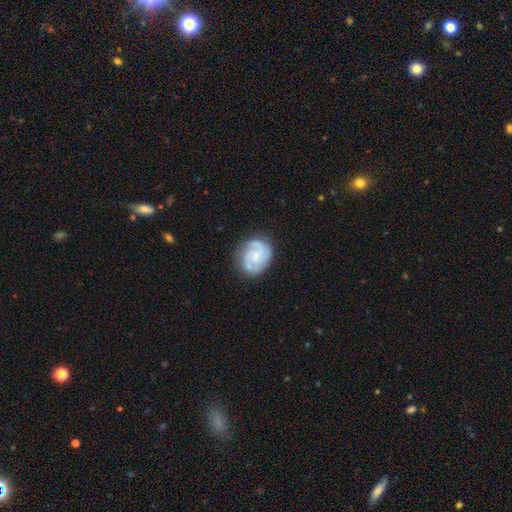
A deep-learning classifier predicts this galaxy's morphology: Overall: featured or disk (77%). Edge-on disk: no (98%). Bar: no (66%; weak 30%). Spiral arms: yes (95%). Spiral arm count: 2 (55%; 3 22%). Spiral winding: tight (51%; medium 40%). Bulge size: small (59%; moderate 25%). Merging: none (75%).